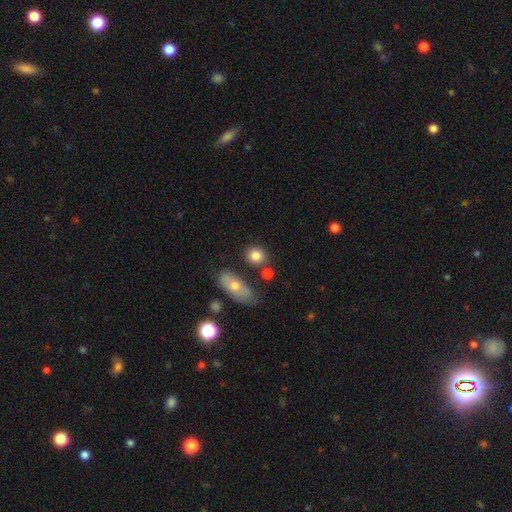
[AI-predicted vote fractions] Smooth or featured: smooth — 82% (featured or disk — 10%)
How rounded: round — 68% (in between — 30%)
Merging: none — 71% (minor disturbance — 13%)